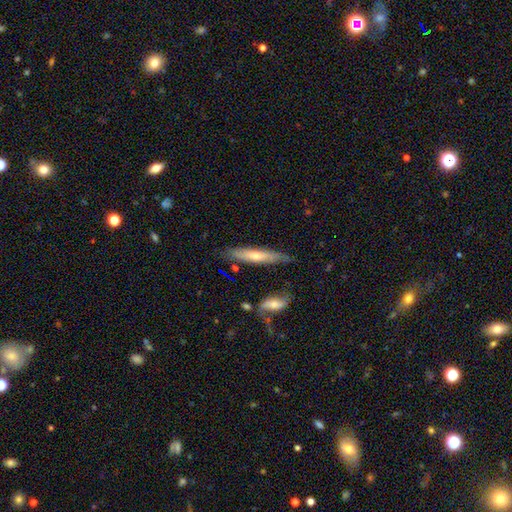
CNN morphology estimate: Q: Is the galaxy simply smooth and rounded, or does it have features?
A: smooth — 50%.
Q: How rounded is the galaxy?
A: cigar-shaped — 86%.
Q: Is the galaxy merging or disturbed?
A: none — 74%.